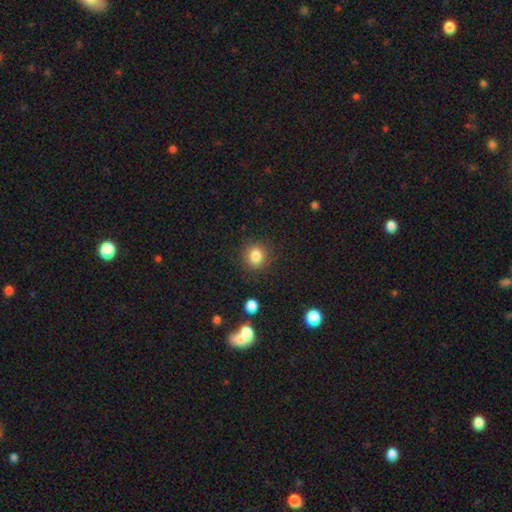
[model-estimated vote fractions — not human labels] Smooth or featured? Predicted: smooth (p=0.83). How rounded? Predicted: round (p=0.86). Merging? Predicted: none (p=0.88).